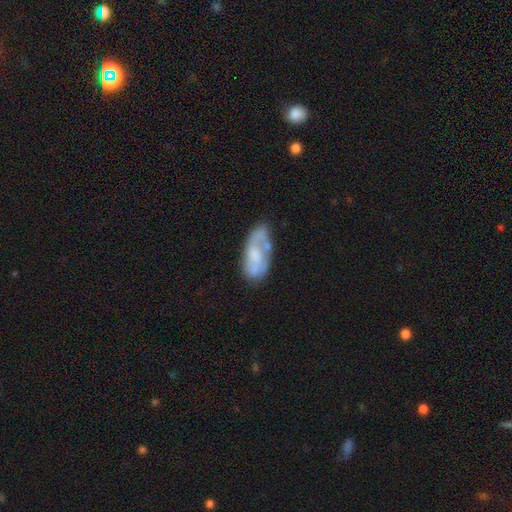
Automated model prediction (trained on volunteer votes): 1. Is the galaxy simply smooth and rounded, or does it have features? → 51% featured or disk, 41% smooth, 7% star or artifact.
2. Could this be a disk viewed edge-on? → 92% no, 8% yes.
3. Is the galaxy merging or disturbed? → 50% none, 26% minor disturbance, 13% major disturbance, 10% merger.